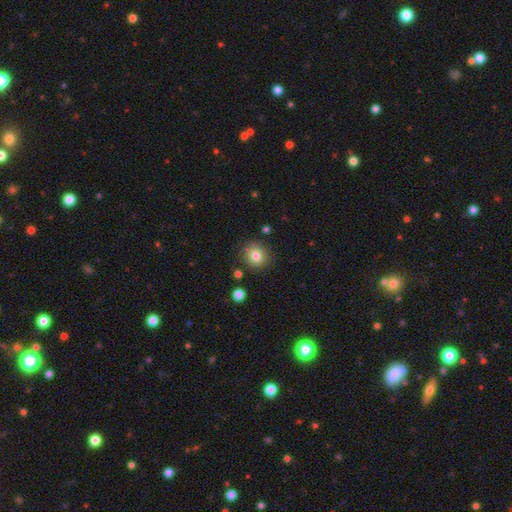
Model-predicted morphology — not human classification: A smooth galaxy with no disk features (81%) that is round (86%).

Vote fractions:
- Smooth or featured? smooth: 81% / star or artifact: 11% / featured or disk: 8%
- How rounded? round: 86% / in between: 14% / cigar-shaped: 1%
- Merging? none: 84% / minor disturbance: 10% / merger: 3% / major disturbance: 3%